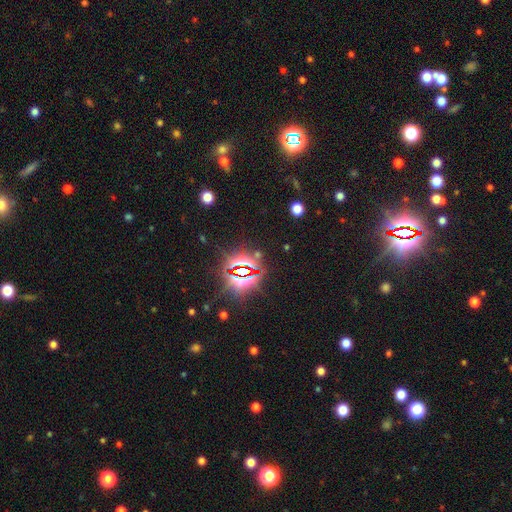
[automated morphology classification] smooth-or-featured: star or artifact: 81% | smooth: 11% | featured or disk: 8%